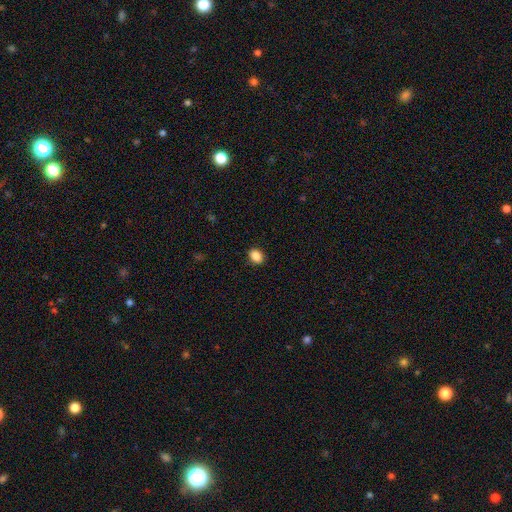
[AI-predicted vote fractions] Morphology: type=smooth (87%); roundness=in between (54%); merging=none (90%).